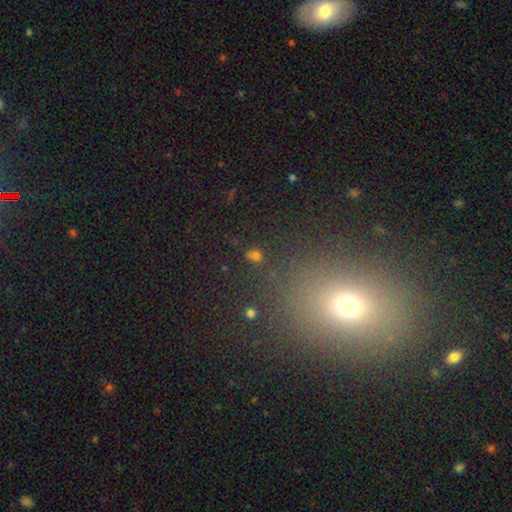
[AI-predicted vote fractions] Smooth or featured: smooth — 62% (star or artifact — 30%)
How rounded: round — 64% (in between — 34%)
Merging: none — 70% (minor disturbance — 12%)